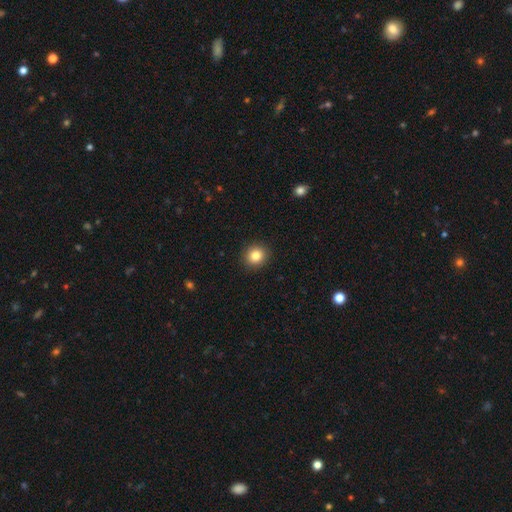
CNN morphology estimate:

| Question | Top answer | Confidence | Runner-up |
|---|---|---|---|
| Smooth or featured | smooth | 83% | star or artifact (11%) |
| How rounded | round | 88% | in between (11%) |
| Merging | none | 92% | minor disturbance (5%) |